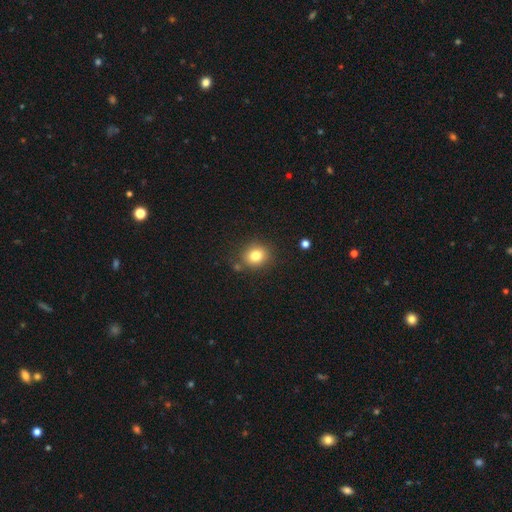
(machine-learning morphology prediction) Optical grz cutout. It shows a smooth galaxy with no disk features (81%) that is round (75%). Merging: none (81%).